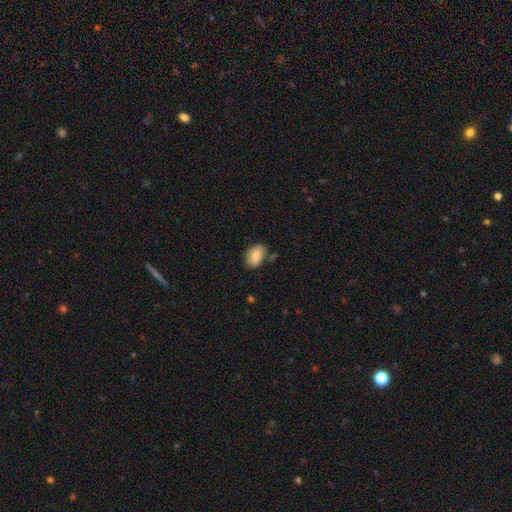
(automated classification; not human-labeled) Morphology: type=smooth (82%); roundness=in between (86%); merging=none (76%).